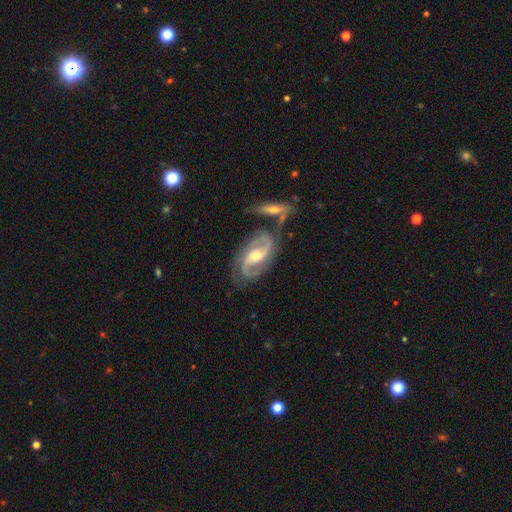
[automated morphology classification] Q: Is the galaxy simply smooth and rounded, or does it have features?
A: featured or disk — 89%.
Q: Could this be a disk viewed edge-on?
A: no — 95%.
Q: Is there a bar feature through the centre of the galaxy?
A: weak — 42%.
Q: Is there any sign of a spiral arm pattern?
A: yes — 97%.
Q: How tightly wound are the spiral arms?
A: medium — 54%.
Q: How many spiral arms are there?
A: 2 — 84%.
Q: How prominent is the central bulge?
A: moderate — 66%.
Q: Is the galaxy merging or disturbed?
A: none — 61%.